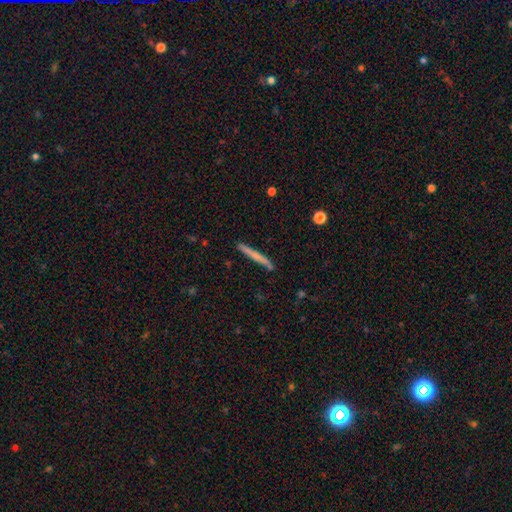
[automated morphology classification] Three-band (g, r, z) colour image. It shows a smooth galaxy with no disk features (61%) that is cigar-shaped (96%). Merging: none (88%).